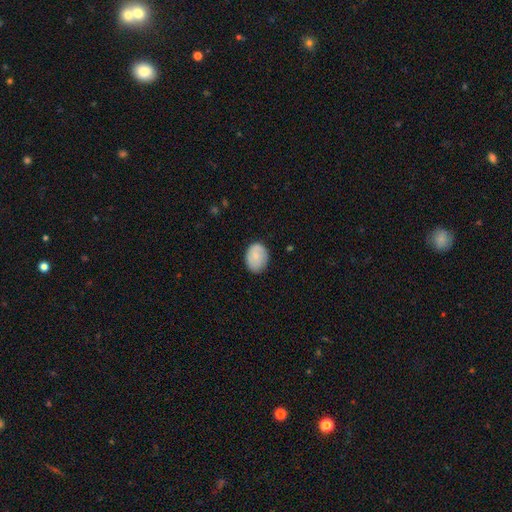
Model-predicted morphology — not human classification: Q: Smooth or featured?
A: smooth (76%); runner-up: featured or disk (17%)
Q: How rounded?
A: in between (64%); runner-up: round (35%)
Q: Merging?
A: none (79%); runner-up: minor disturbance (17%)